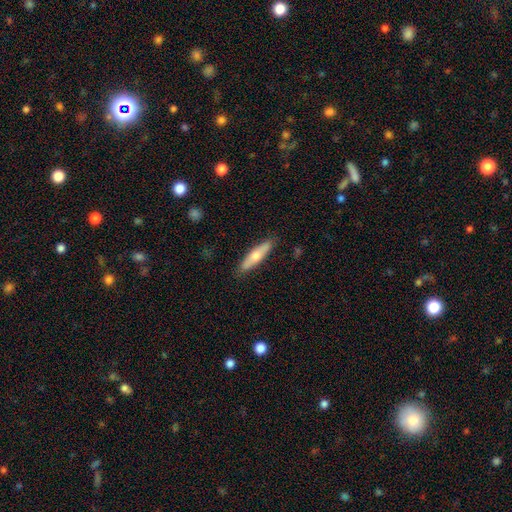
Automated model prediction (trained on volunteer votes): A smooth galaxy with no disk features (54%) that is cigar-shaped (74%). Merging: none (88%).